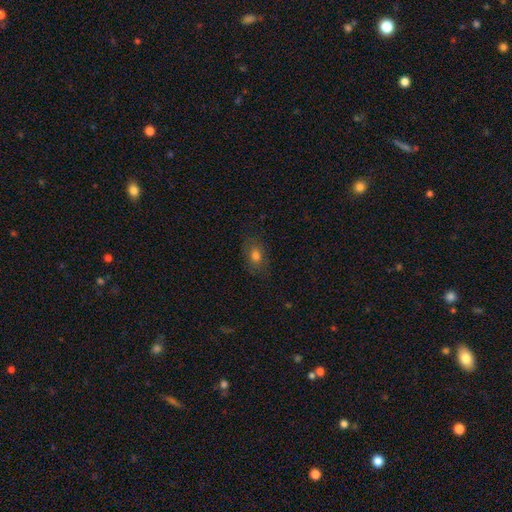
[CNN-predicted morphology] smooth-or-featured: smooth: 75% | featured or disk: 14% | star or artifact: 12%
  how-rounded: in between: 74% | round: 24% | cigar-shaped: 2%
  merging: none: 78% | minor disturbance: 16% | major disturbance: 5% | merger: 1%